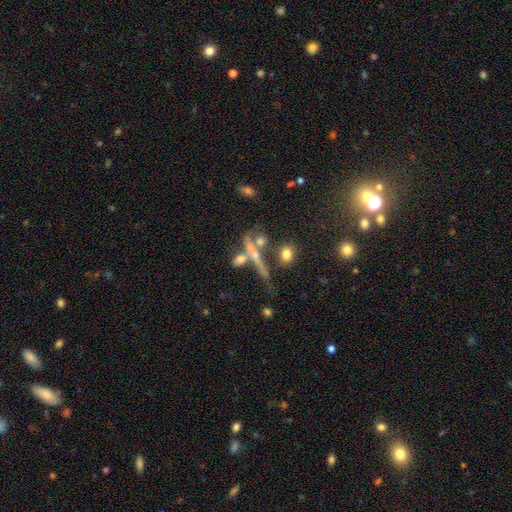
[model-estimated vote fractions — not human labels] featured or disk 50%, smooth 31%, star or artifact 19%. Down the decision tree: merging — none (50%).